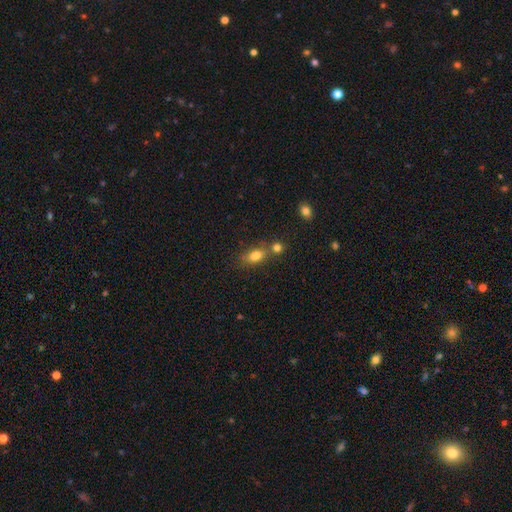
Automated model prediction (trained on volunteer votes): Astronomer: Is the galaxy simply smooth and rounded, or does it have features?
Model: smooth — 79%.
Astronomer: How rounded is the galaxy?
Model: in between — 74%.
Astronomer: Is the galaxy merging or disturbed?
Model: none — 53% (runner-up: merger, 30%).